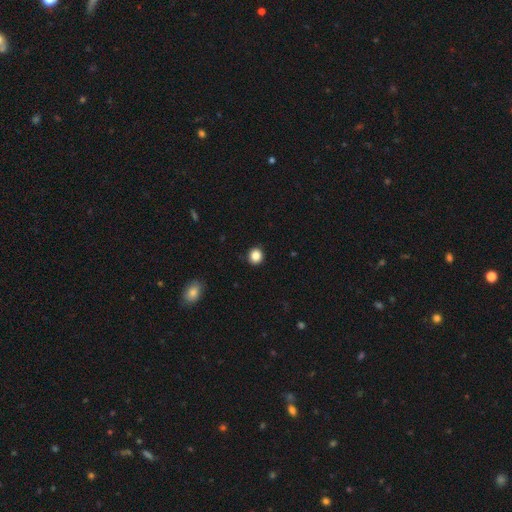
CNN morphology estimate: Smooth or featured? smooth (85%)
How rounded? round (88%)
Merging? none (91%)